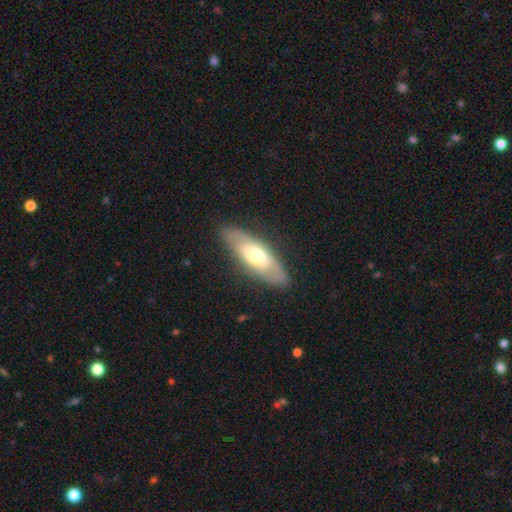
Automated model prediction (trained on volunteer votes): A featured or disk galaxy (48%).

Vote fractions:
- Smooth or featured? featured or disk: 48% / smooth: 46% / star or artifact: 6%
- Merging? none: 84% / minor disturbance: 12% / major disturbance: 3% / merger: 1%